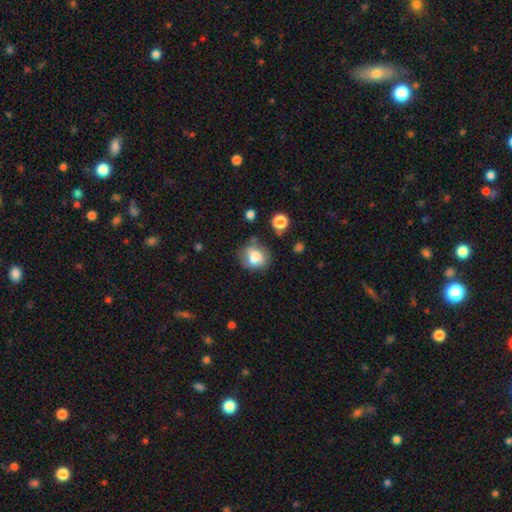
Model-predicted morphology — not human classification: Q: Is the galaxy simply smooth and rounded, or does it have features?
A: smooth — 69%.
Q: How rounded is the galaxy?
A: round — 59%.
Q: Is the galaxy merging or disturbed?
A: none — 50%.